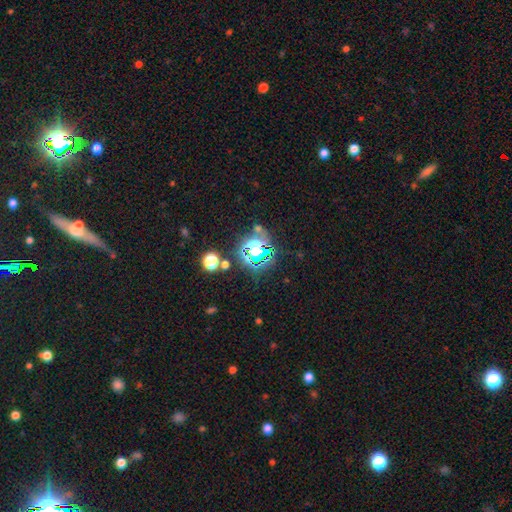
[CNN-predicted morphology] Smooth or featured? star or artifact (77%)